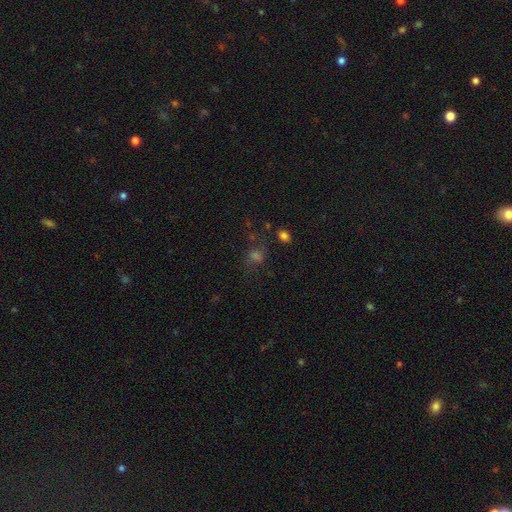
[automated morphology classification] Smooth or featured?
  - smooth: 48% *
  - star or artifact: 35%
  - featured or disk: 16%
Merging?
  - none: 62% *
  - minor disturbance: 17%
  - major disturbance: 15%
  - merger: 6%